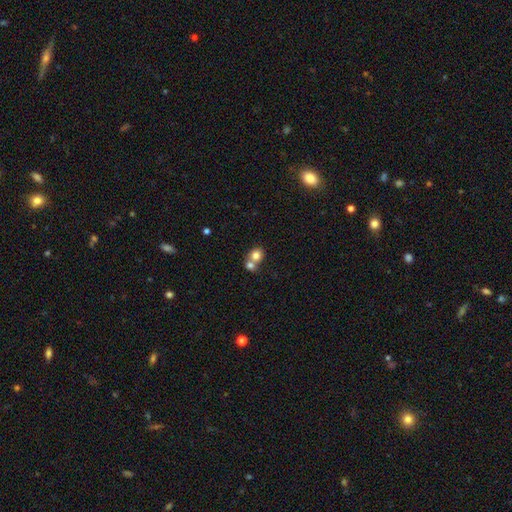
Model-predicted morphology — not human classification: Overall: smooth (79%). How rounded: round (77%). Merging: merger (58%; none 34%).